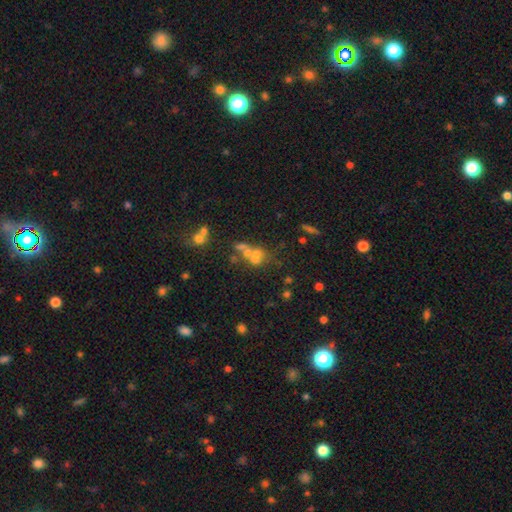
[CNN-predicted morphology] The model was most divided on "smooth or featured": smooth: 37%, featured or disk: 32%, star or artifact: 31%. Remaining: merging — merger (45%).